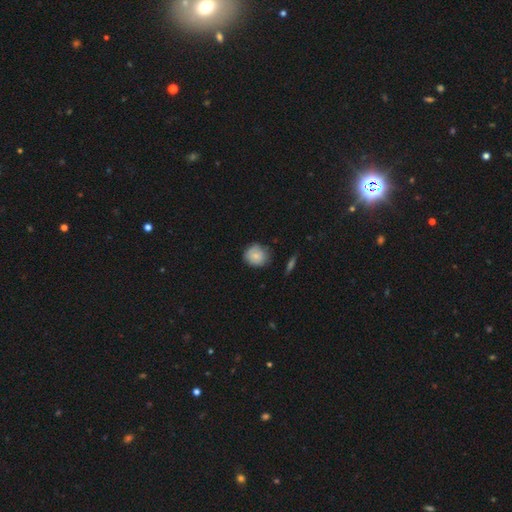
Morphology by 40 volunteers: smooth 80%, featured or disk 12%, star or artifact 8%. Down the decision tree: how rounded — round (78%); merging — none (68%).